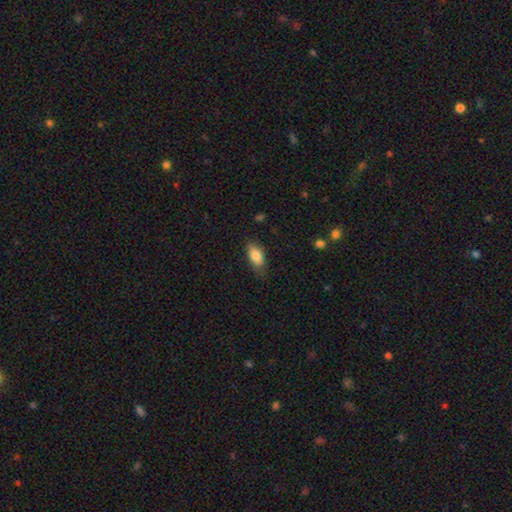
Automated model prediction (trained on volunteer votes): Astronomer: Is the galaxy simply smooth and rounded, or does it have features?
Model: smooth — 81%.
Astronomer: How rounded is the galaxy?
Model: in between — 87%.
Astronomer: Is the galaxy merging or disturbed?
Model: none — 71%.